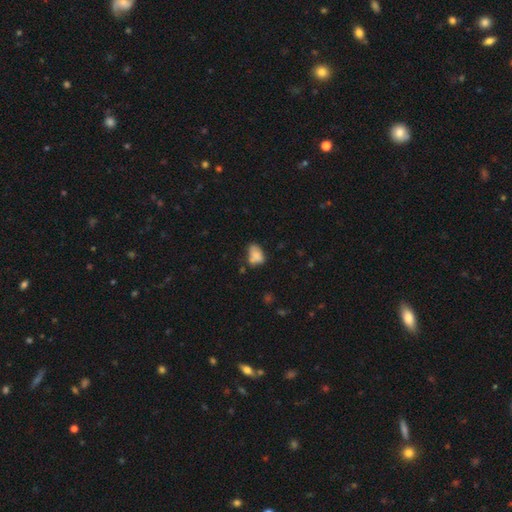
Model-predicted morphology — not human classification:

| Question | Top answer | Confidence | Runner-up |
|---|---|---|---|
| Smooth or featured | smooth | 76% | featured or disk (14%) |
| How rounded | in between | 83% | round (15%) |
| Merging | none | 41% | minor disturbance (32%) |